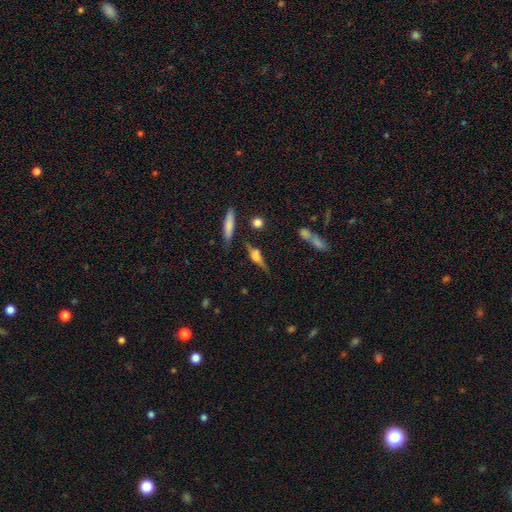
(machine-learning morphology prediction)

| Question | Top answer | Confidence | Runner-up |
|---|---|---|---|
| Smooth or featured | featured or disk | 55% | smooth (33%) |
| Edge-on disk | yes | 89% | no (11%) |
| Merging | none | 63% | minor disturbance (21%) |